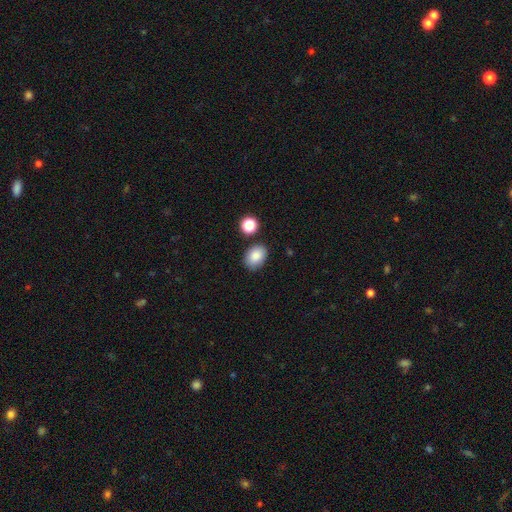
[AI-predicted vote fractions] Q: Smooth or featured?
A: smooth (86%); runner-up: star or artifact (8%)
Q: How rounded?
A: in between (75%); runner-up: round (24%)
Q: Merging?
A: none (79%); runner-up: minor disturbance (13%)